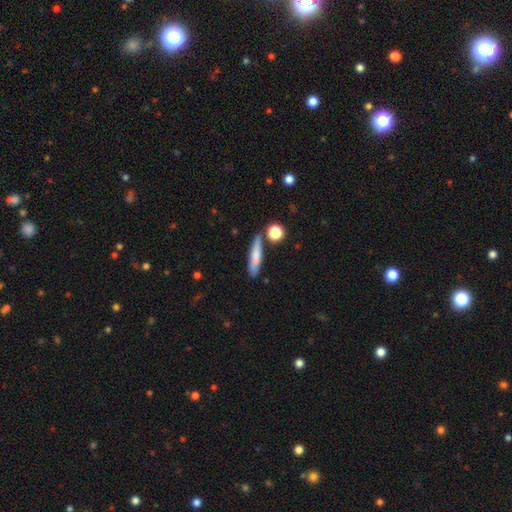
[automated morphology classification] Smooth or featured? smooth (72%)
How rounded? cigar-shaped (80%)
Merging? none (74%)